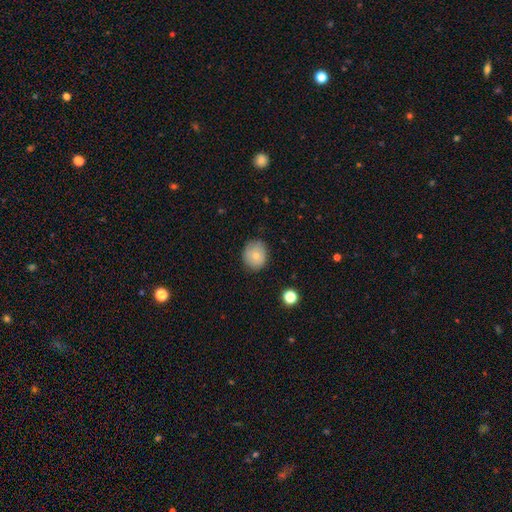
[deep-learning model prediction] smooth_or_featured: smooth (p=0.72) [alt: featured or disk p=0.19]
how_rounded: round (p=0.72) [alt: in between p=0.27]
merging: none (p=0.80) [alt: minor disturbance p=0.16]